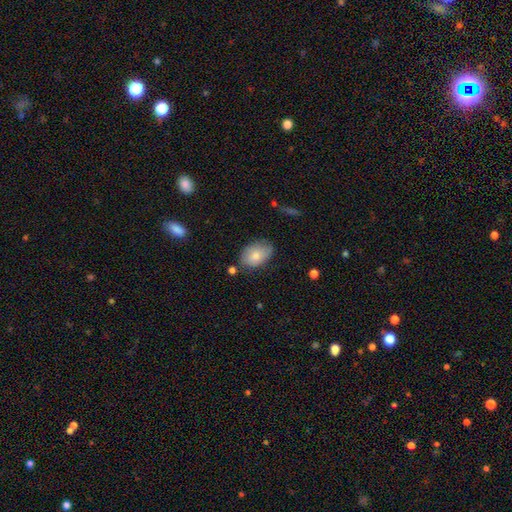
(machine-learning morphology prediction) A smooth galaxy with no disk features (81%) that is in between round and cigar-shaped (88%). Merging: none (68%).